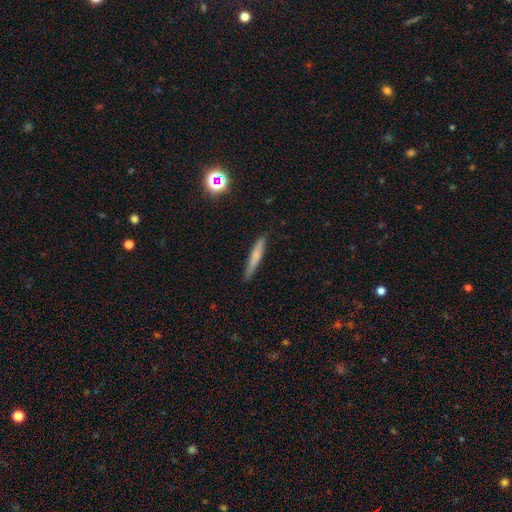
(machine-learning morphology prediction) smooth_or_featured: smooth (p=0.65) [alt: featured or disk p=0.27]
how_rounded: cigar-shaped (p=0.94) [alt: in between p=0.05]
merging: none (p=0.87) [alt: minor disturbance p=0.10]